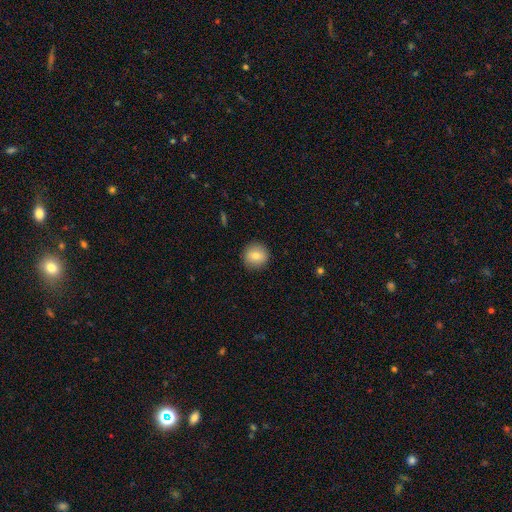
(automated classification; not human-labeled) Smooth or featured: smooth — 79% (featured or disk — 13%)
How rounded: round — 92% (in between — 7%)
Merging: none — 91% (minor disturbance — 6%)